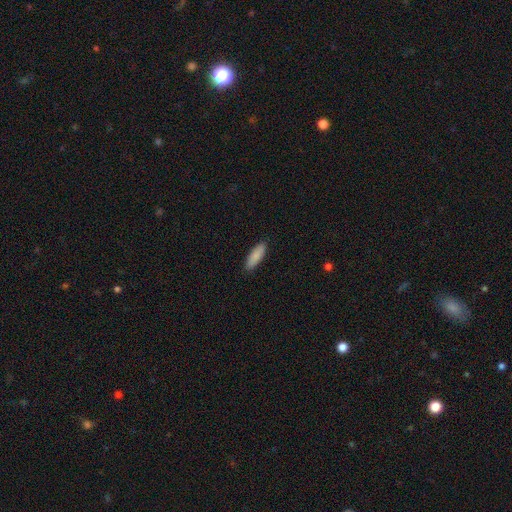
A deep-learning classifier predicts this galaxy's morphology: This appears to be a smooth galaxy with no disk features (87%) that is in between round and cigar-shaped (53%). Merging: none (89%).